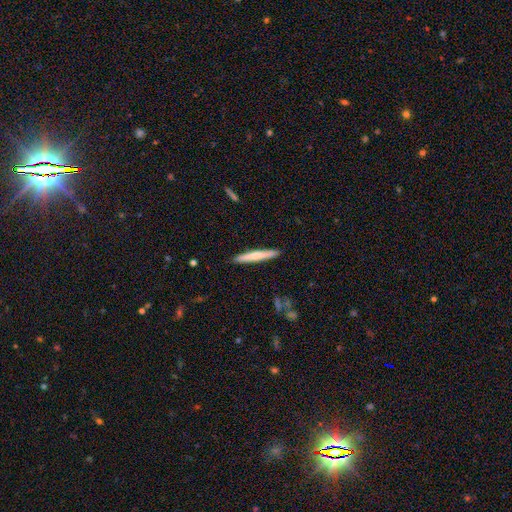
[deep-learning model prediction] smooth-or-featured: smooth: 61% | featured or disk: 34% | star or artifact: 5%
  how-rounded: cigar-shaped: 96% | in between: 3% | round: 1%
  merging: none: 91% | minor disturbance: 6% | major disturbance: 1% | merger: 1%